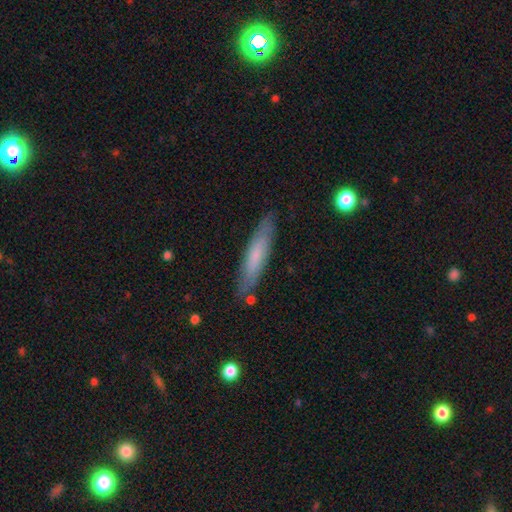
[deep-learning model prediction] A smooth galaxy with no disk features (64%) that is cigar-shaped (84%).

Vote fractions:
- Smooth or featured? smooth: 64% / featured or disk: 30% / star or artifact: 6%
- How rounded? cigar-shaped: 84% / in between: 15% / round: 1%
- Merging? none: 84% / minor disturbance: 12% / major disturbance: 2% / merger: 2%